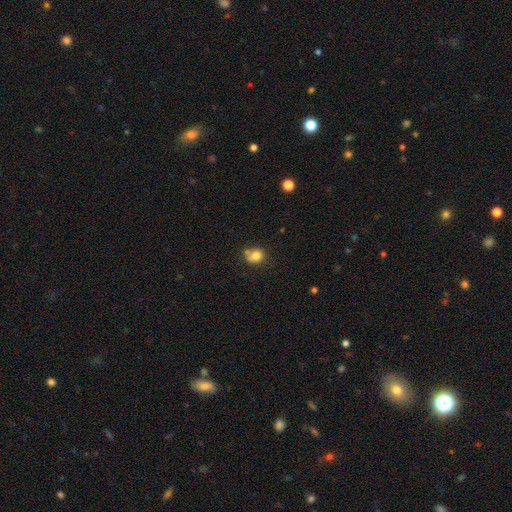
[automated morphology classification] Q: Smooth or featured?
A: smooth (77%); runner-up: featured or disk (12%)
Q: How rounded?
A: round (65%); runner-up: in between (34%)
Q: Merging?
A: none (45%); runner-up: merger (25%)